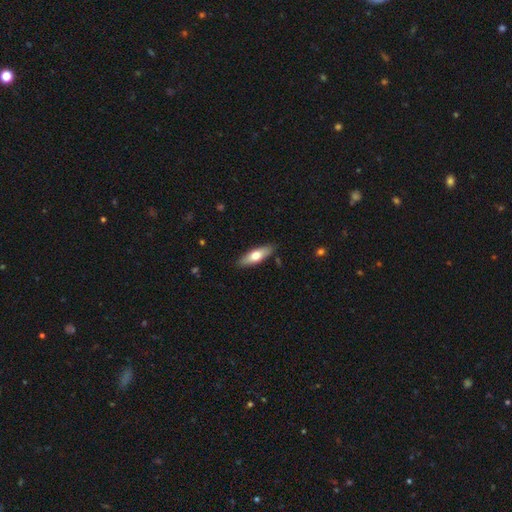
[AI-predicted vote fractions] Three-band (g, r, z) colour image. It shows a smooth galaxy with no disk features (64%) that is in between round and cigar-shaped (52%). Merging: none (87%).